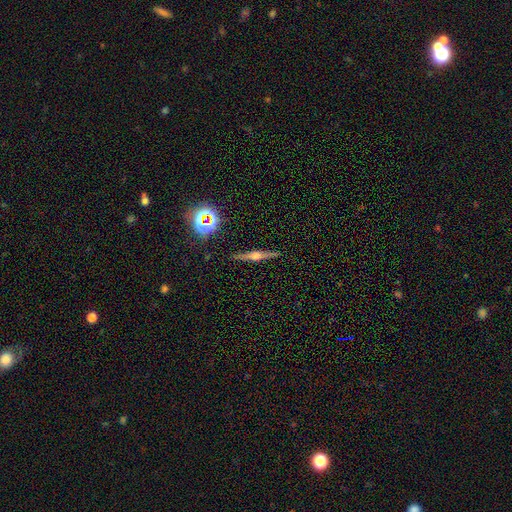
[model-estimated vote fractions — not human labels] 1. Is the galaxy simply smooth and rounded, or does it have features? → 76% featured or disk, 14% smooth, 10% star or artifact.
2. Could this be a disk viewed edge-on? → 98% yes, 2% no.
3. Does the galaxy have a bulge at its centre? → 92% rounded, 6% boxy, 3% none.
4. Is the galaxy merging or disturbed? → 91% none, 6% minor disturbance, 1% major disturbance, 1% merger.